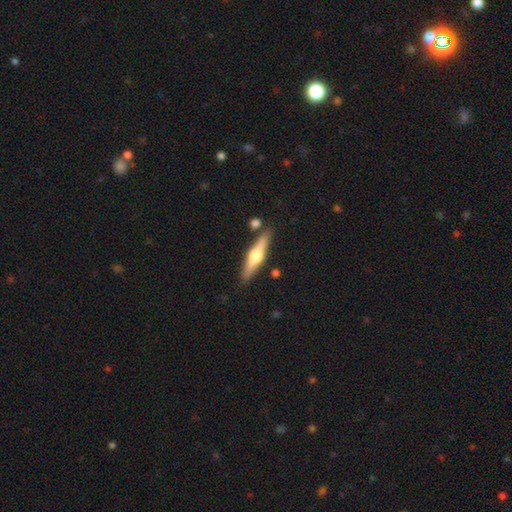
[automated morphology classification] Smooth or featured: featured or disk — 61% (smooth — 34%)
Edge-on disk: yes — 95% (no — 5%)
Edge-on bulge: rounded — 94% (boxy — 4%)
Merging: none — 84% (minor disturbance — 9%)